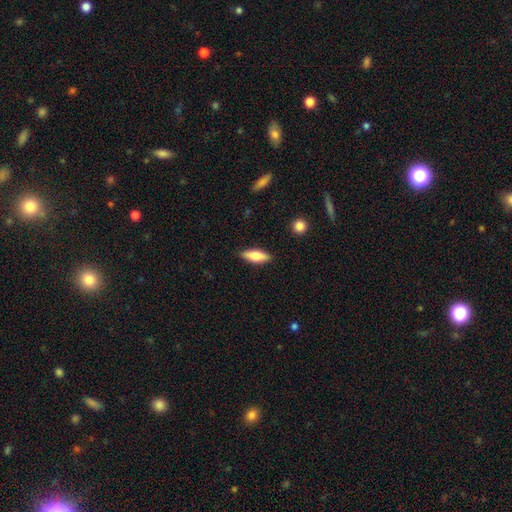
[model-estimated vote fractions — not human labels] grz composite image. It shows a smooth galaxy with no disk features (71%) that is in between round and cigar-shaped (59%). Merging: none (87%).